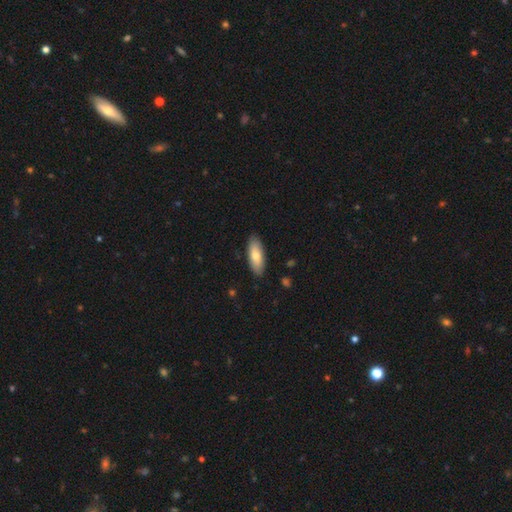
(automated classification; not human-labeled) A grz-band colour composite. It shows a smooth galaxy with no disk features (73%) that is in between round and cigar-shaped (75%). Merging: none (88%).